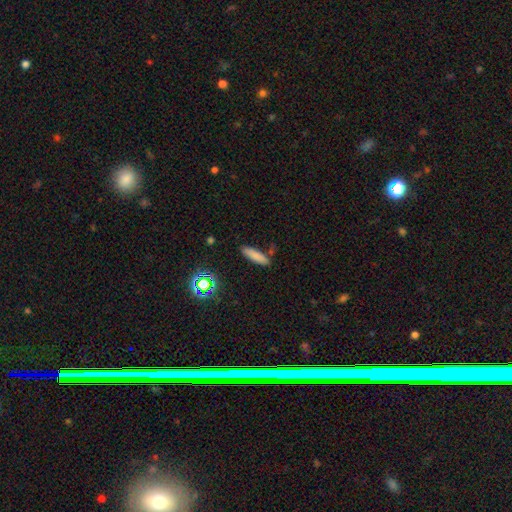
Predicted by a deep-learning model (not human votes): Overall: smooth (80%). How rounded: cigar-shaped (72%). Merging: none (83%).